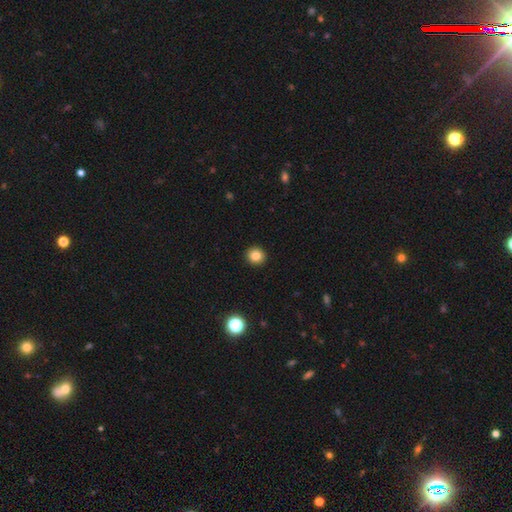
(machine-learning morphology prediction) The model was most divided on "smooth or featured": smooth: 83%, star or artifact: 11%, featured or disk: 6%. More confident: merging — none (93%); how rounded — round (90%).